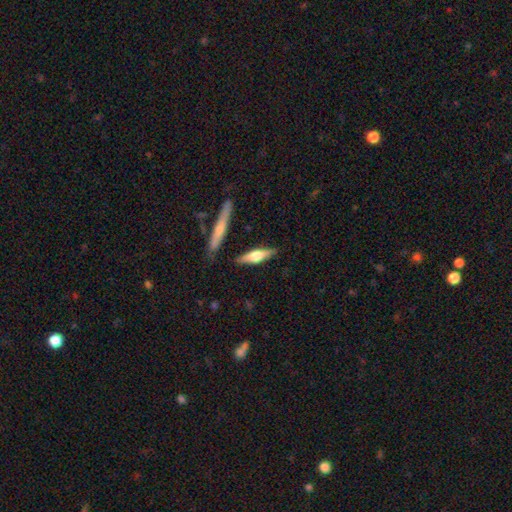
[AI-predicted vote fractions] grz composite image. It shows a featured or disk galaxy (56%) viewed edge-on (95%) with a rounded central bulge (89%). Merging: none (82%).